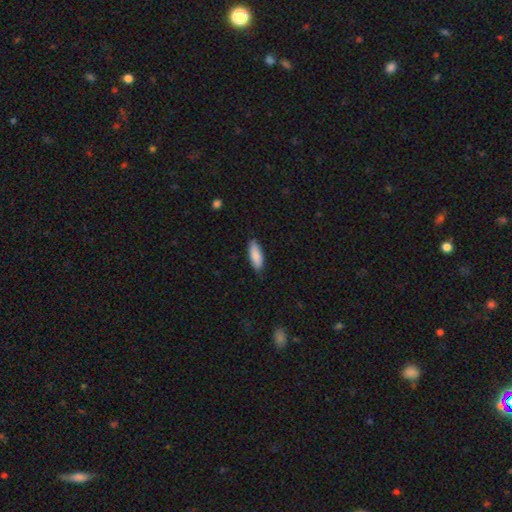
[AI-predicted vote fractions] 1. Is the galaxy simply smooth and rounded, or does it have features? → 88% smooth, 6% featured or disk, 6% star or artifact.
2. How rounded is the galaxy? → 67% in between, 32% cigar-shaped, 2% round.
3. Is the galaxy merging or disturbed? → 85% none, 12% minor disturbance, 2% major disturbance, 1% merger.